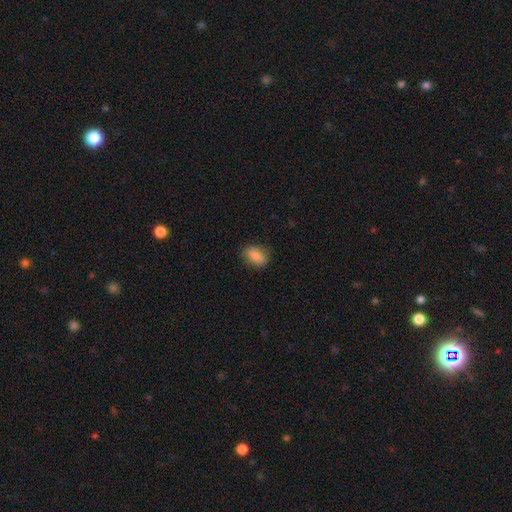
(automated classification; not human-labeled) Q: Smooth or featured?
A: smooth (85%); runner-up: star or artifact (8%)
Q: How rounded?
A: in between (80%); runner-up: round (18%)
Q: Merging?
A: none (82%); runner-up: minor disturbance (14%)